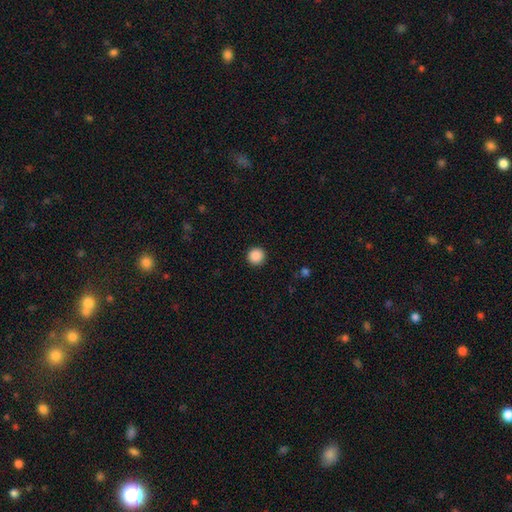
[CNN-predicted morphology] smooth 89%, star or artifact 9%, featured or disk 2%. Down the decision tree: how rounded — round (96%); merging — none (93%).